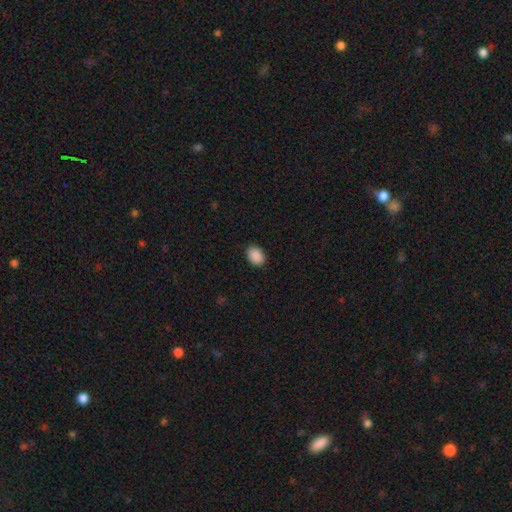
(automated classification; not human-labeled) A smooth galaxy with no disk features (90%) that is in between round and cigar-shaped (75%). Merging: none (89%).